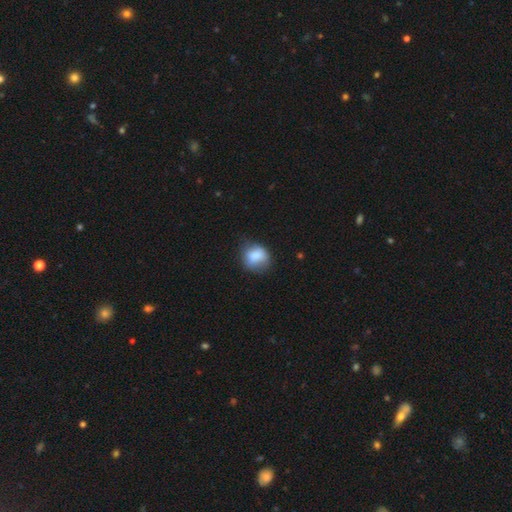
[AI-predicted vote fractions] Overall: smooth (80%). How rounded: round (67%; in between 32%). Merging: none (59%; minor disturbance 30%).